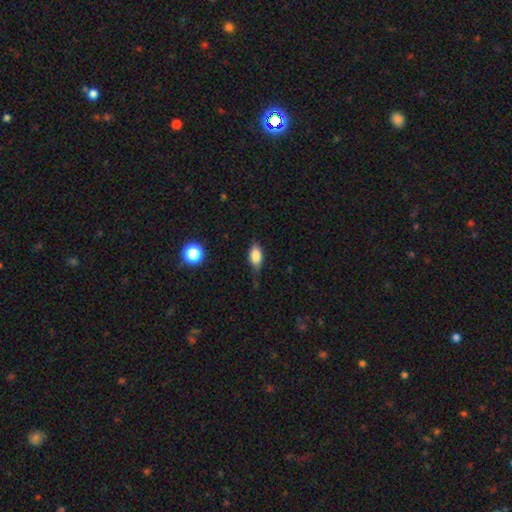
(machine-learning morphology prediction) smooth 79%, featured or disk 12%, star or artifact 9%. Down the decision tree: how rounded — in between (86%); merging — none (66%).